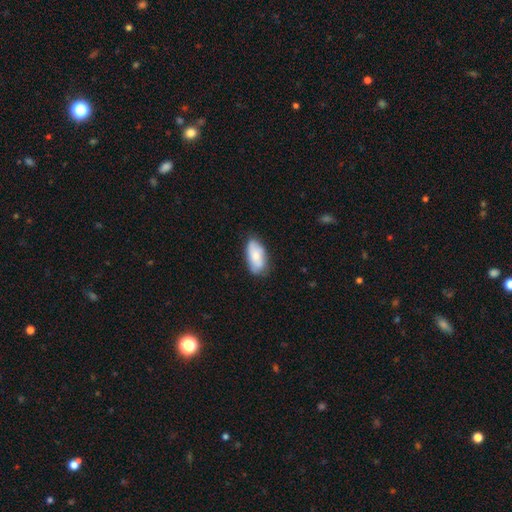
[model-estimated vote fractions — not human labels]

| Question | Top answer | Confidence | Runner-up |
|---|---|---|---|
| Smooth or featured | smooth | 73% | featured or disk (21%) |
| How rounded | in between | 93% | cigar-shaped (5%) |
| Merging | none | 67% | minor disturbance (26%) |